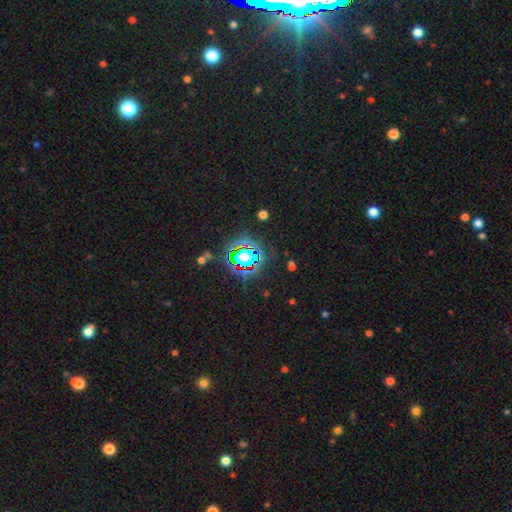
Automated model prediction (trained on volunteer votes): Smooth or featured? Predicted: star or artifact (p=0.78).